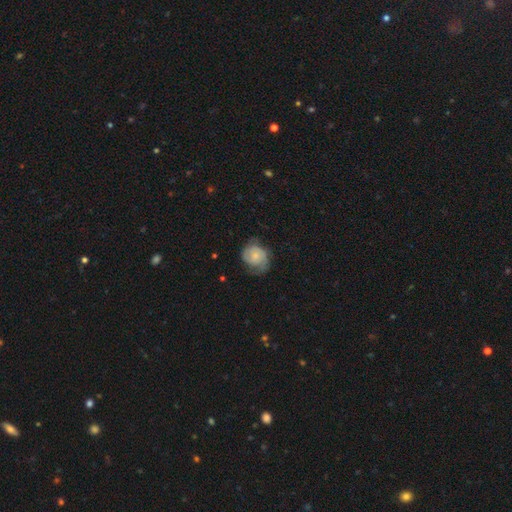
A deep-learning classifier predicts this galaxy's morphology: A featured or disk galaxy (55%) with no bar (72%), spiral arms (87%) and a small central bulge (50%). Merging: none (54%).